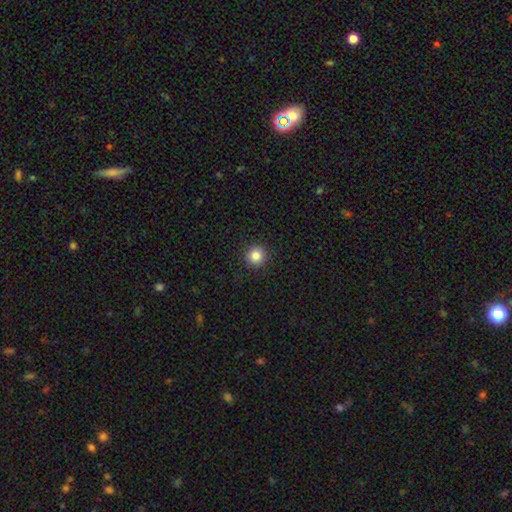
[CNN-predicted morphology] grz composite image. It shows a smooth galaxy with no disk features (84%) that is round (95%). Merging: none (92%).